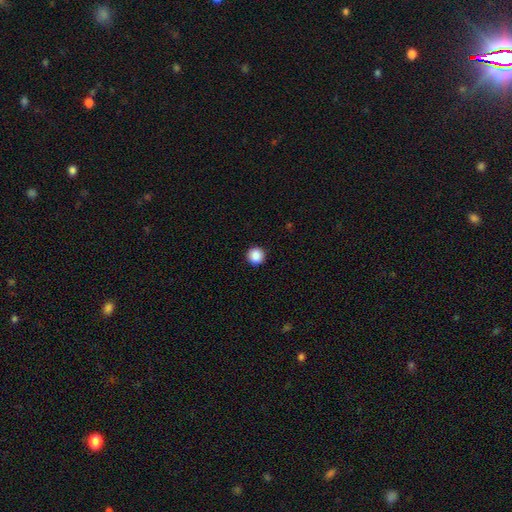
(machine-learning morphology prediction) This appears to be a smooth galaxy with no disk features (88%) that is round (95%). Merging: none (93%).